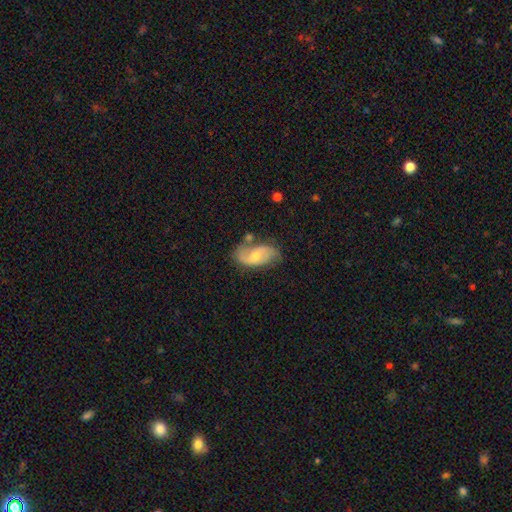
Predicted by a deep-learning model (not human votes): Morphology: type=featured or disk (72%); edge-on=no (95%); bar=no (47%); spiral arms=yes (92%); winding=loose (42%, tied with medium); arm count=2 (85%); bulge=moderate (51%); merging=none (63%).